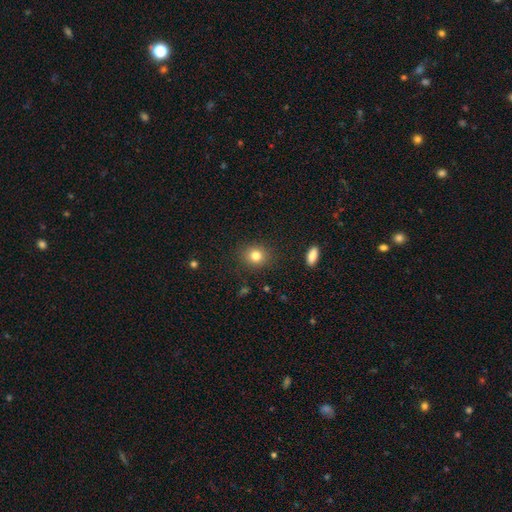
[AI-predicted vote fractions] smooth 81%, star or artifact 12%, featured or disk 7%. Down the decision tree: how rounded — round (76%); merging — none (88%).